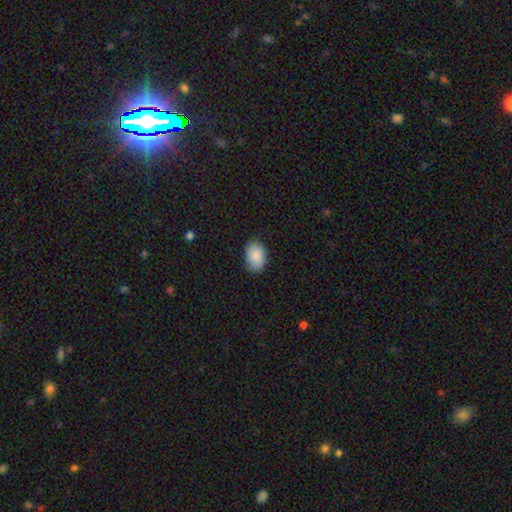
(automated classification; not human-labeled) Overall: smooth (89%). How rounded: in between (84%). Merging: none (83%).